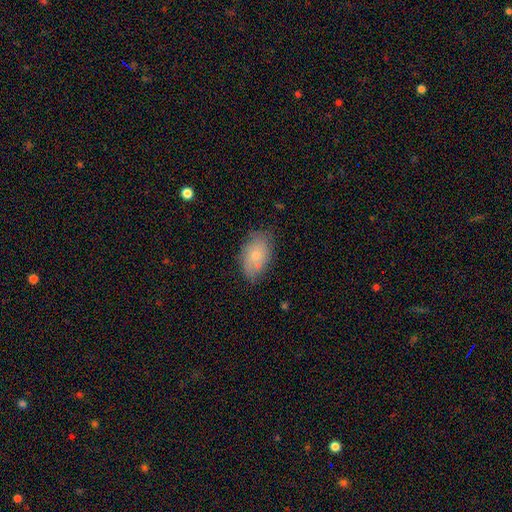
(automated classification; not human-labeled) A smooth galaxy with no disk features (67%) that is in between round and cigar-shaped (90%). Merging: none (70%).